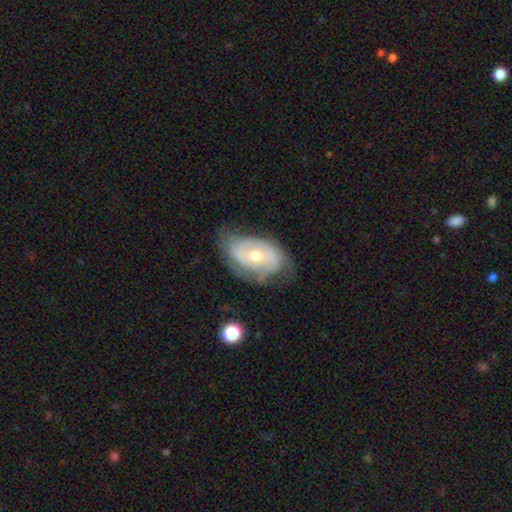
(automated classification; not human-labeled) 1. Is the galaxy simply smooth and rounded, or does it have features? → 67% featured or disk, 26% smooth, 7% star or artifact.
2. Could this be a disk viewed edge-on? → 94% no, 6% yes.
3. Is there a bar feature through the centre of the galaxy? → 65% no, 28% weak, 7% strong.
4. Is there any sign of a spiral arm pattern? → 79% yes, 21% no.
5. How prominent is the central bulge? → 50% moderate, 46% small, 2% large, 1% none, 1% dominant.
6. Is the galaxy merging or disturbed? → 56% none, 30% minor disturbance, 12% major disturbance, 2% merger.